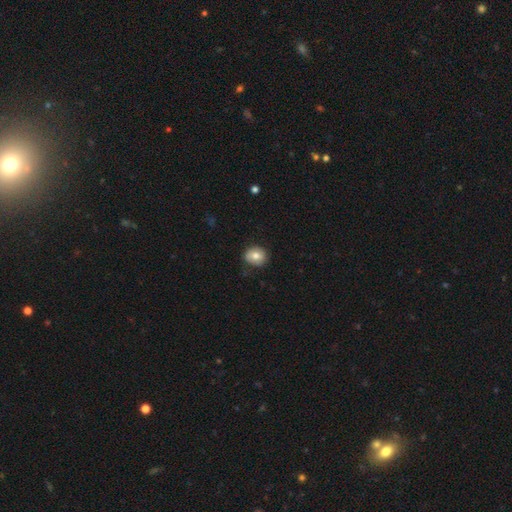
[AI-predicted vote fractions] Smooth or featured? Predicted: smooth (p=0.77). How rounded? Predicted: round (p=0.68). Merging? Predicted: none (p=0.80).